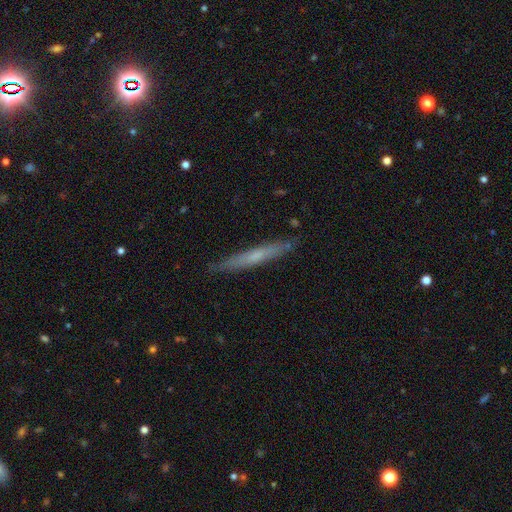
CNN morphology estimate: Smooth or featured? Predicted: smooth (p=0.48). Merging? Predicted: none (p=0.87).